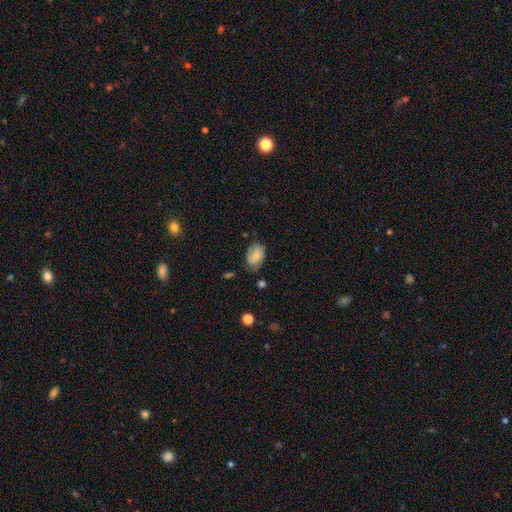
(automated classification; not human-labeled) Q: Smooth or featured?
A: smooth (59%); runner-up: featured or disk (32%)
Q: How rounded?
A: in between (85%); runner-up: round (14%)
Q: Merging?
A: none (62%); runner-up: minor disturbance (28%)